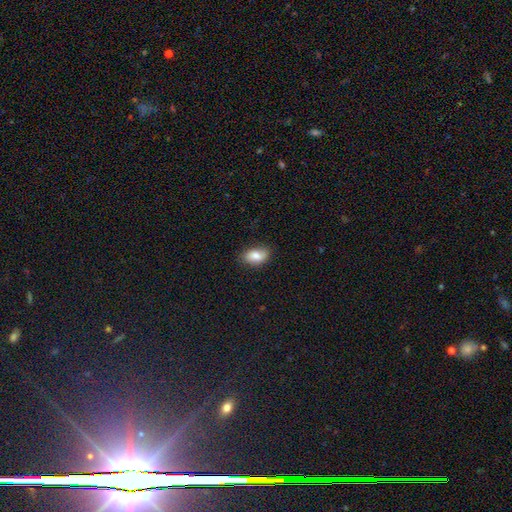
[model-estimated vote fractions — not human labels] Smooth or featured? Predicted: smooth (p=0.82). How rounded? Predicted: in between (p=0.90). Merging? Predicted: none (p=0.82).